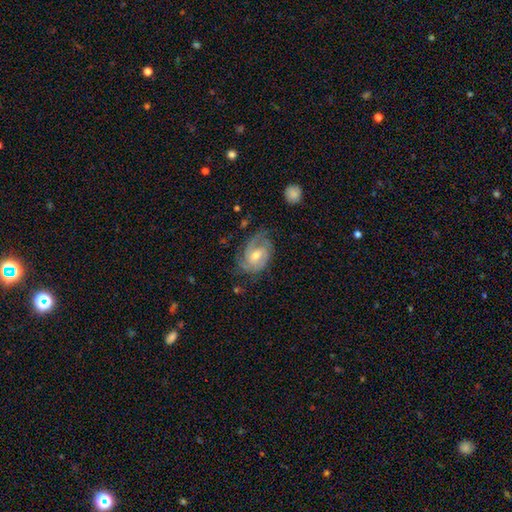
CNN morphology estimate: featured or disk 82%, smooth 12%, star or artifact 6%. Down the decision tree: edge-on disk — no (97%); bar — no (47%); spiral arms — yes (95%); spiral arm count — 2 (52%); spiral winding — tight (54%); bulge size — moderate (61%); merging — none (64%).